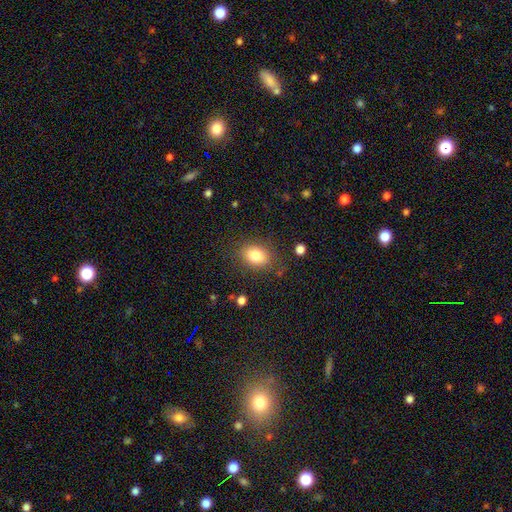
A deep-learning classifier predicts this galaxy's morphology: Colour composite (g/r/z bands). It shows a smooth galaxy with no disk features (82%) that is in between round and cigar-shaped (73%). Merging: none (81%).